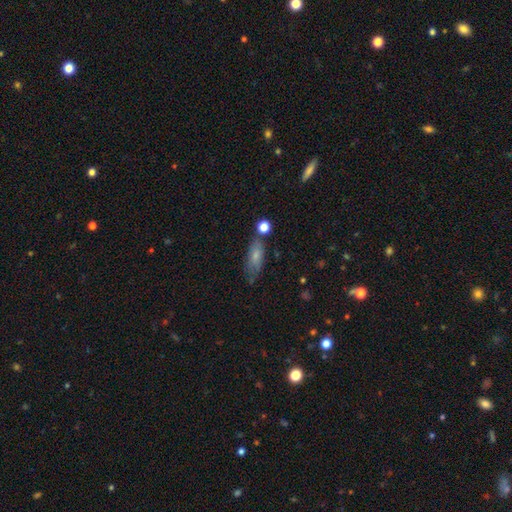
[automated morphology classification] Smooth or featured? smooth (72%)
How rounded? in between (69%)
Merging? none (58%)